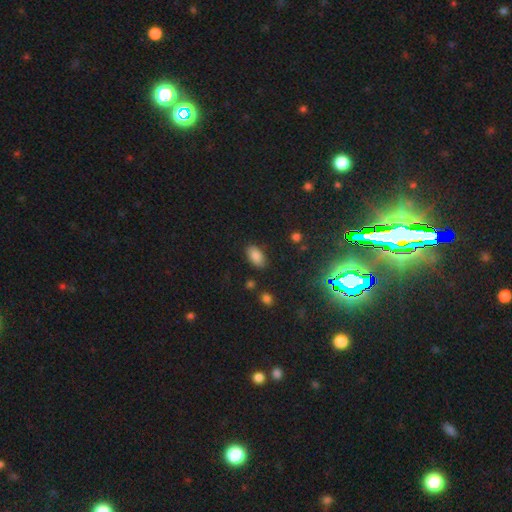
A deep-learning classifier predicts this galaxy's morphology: smooth_or_featured: smooth (p=0.85) [alt: star or artifact p=0.10]
how_rounded: in between (p=0.93) [alt: round p=0.04]
merging: none (p=0.86) [alt: minor disturbance p=0.10]